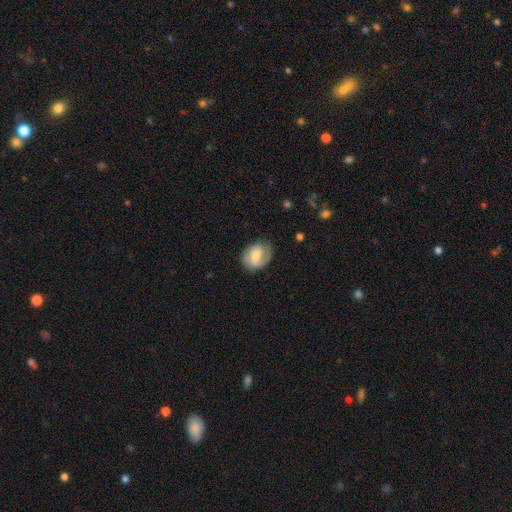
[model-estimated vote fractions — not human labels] Smooth or featured? Predicted: featured or disk (p=0.55). Edge-on disk? Predicted: no (p=0.96). Bar? Predicted: weak (p=0.44). Spiral arms? Predicted: yes (p=0.82). Bulge size? Predicted: moderate (p=0.49). Merging? Predicted: none (p=0.67).